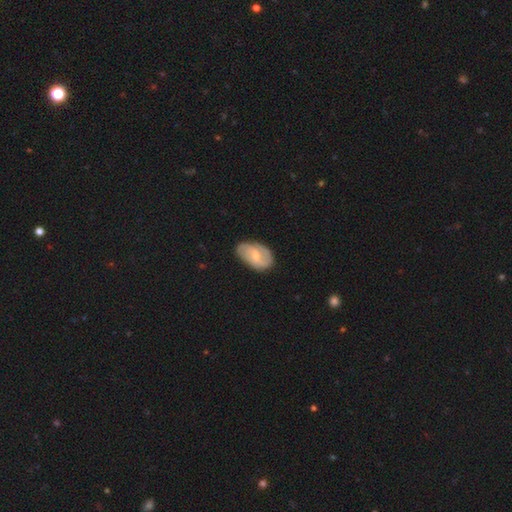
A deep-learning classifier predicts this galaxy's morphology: smooth-or-featured: featured or disk: 61% | smooth: 33% | star or artifact: 5%
  disk-edge-on: no: 96% | yes: 4%
    bar: weak: 49% | no: 42% | strong: 9%
    has-spiral-arms: yes: 87% | no: 13%
      spiral-winding: medium: 44% | tight: 35% | loose: 21%
      spiral-arm-count: 2: 62% | can't tell: 21% | 3: 9% | 1: 5% | 4: 2% | more than 4: 2%
    bulge-size: small: 50% | moderate: 43% | none: 4% | large: 2% | dominant: 1%
  merging: none: 73% | minor disturbance: 21% | major disturbance: 5% | merger: 1%